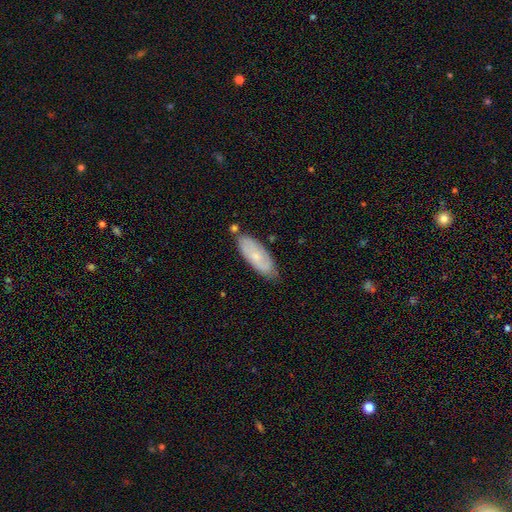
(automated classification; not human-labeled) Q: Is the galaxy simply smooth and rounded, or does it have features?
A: smooth — 58%.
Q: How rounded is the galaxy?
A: in between — 72%.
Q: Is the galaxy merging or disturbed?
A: none — 74%.